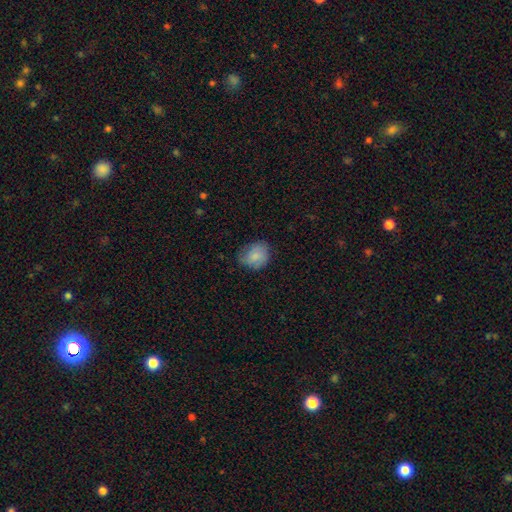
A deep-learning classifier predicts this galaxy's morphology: Overall: smooth (80%). How rounded: round (59%; in between 40%). Merging: none (67%).